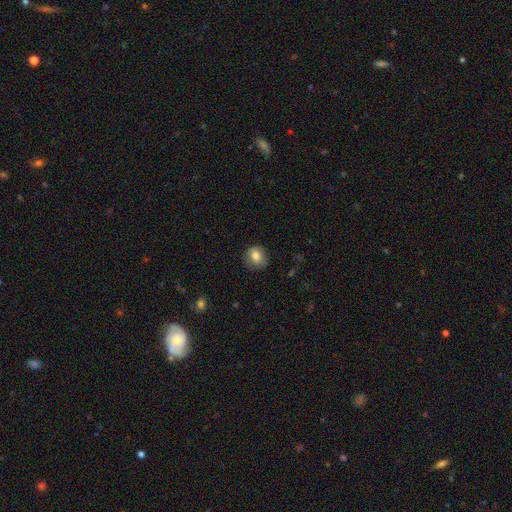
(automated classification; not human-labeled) A smooth galaxy with no disk features (79%) that is round (81%).

Vote fractions:
- Smooth or featured? smooth: 79% / featured or disk: 12% / star or artifact: 9%
- How rounded? round: 81% / in between: 18% / cigar-shaped: 1%
- Merging? none: 81% / minor disturbance: 14% / major disturbance: 4% / merger: 1%